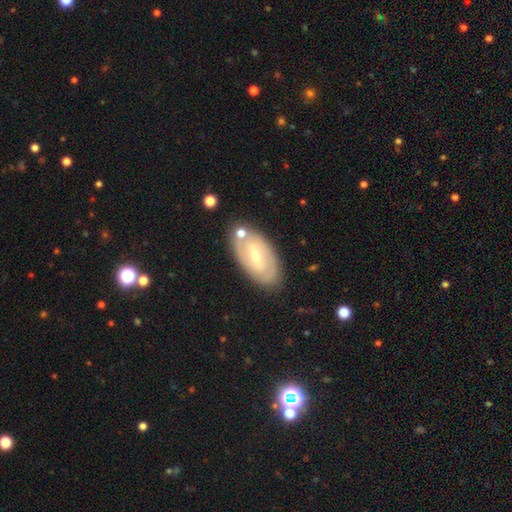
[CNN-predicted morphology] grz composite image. It shows a featured or disk galaxy (68%) with a weak bar (47%), spiral arms (68%) and a small central bulge (61%). Merging: none (79%).